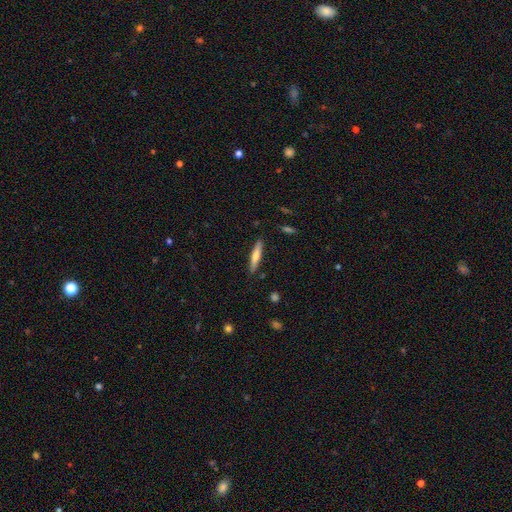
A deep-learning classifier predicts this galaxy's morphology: type=smooth (62%); roundness=cigar-shaped (88%); merging=none (88%).